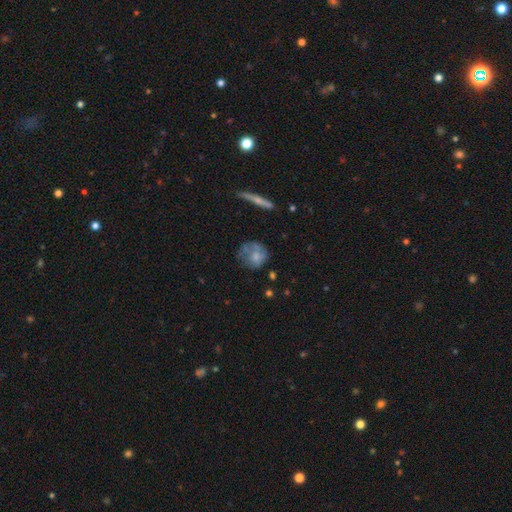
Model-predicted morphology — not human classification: smooth_or_featured: smooth (p=0.61) [alt: featured or disk p=0.31]
how_rounded: round (p=0.74) [alt: in between p=0.24]
merging: none (p=0.46) [alt: minor disturbance p=0.28]